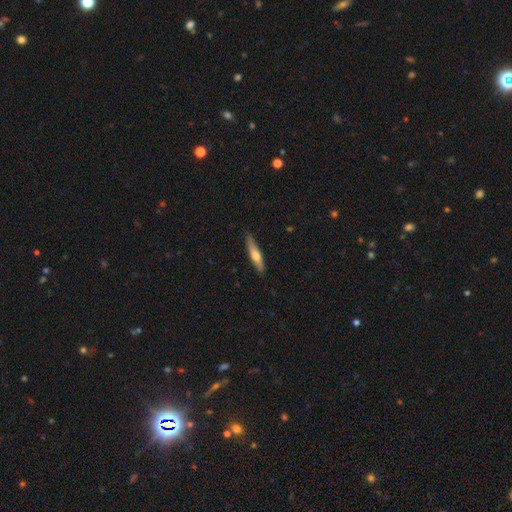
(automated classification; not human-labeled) Smooth or featured? smooth (53%)
How rounded? cigar-shaped (83%)
Merging? none (84%)